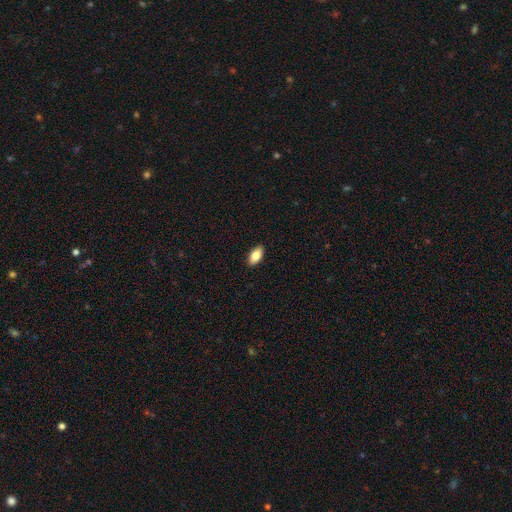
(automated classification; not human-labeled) A smooth galaxy with no disk features (83%) that is in between round and cigar-shaped (92%).

Vote fractions:
- Smooth or featured? smooth: 83% / featured or disk: 10% / star or artifact: 7%
- How rounded? in between: 92% / cigar-shaped: 4% / round: 3%
- Merging? none: 91% / minor disturbance: 7% / major disturbance: 2% / merger: 1%